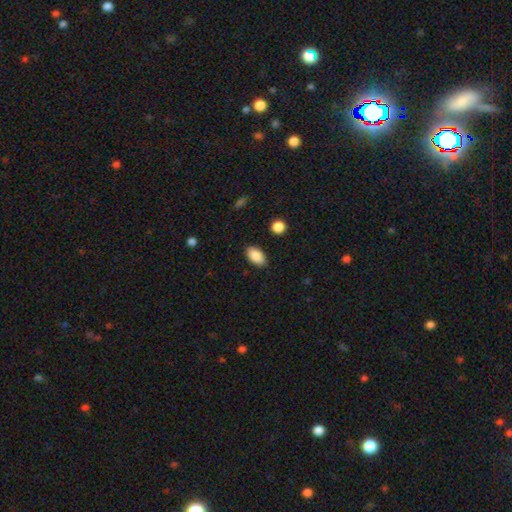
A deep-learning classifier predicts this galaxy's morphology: smooth 88%, star or artifact 7%, featured or disk 4%. Down the decision tree: how rounded — in between (93%); merging — none (86%).